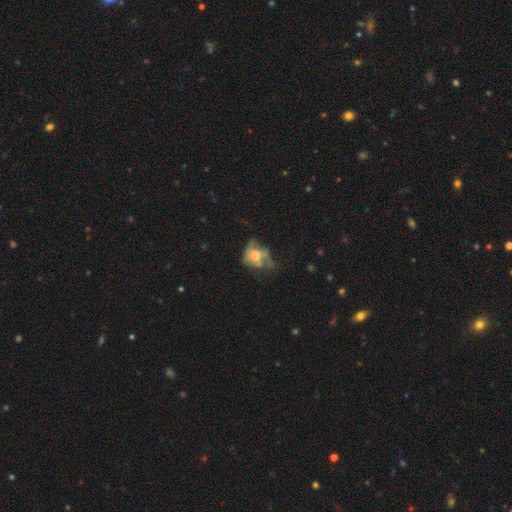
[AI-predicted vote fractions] Smooth or featured?
  - smooth: 50% *
  - featured or disk: 38%
  - star or artifact: 11%
How rounded?
  - in between: 59% *
  - round: 39%
  - cigar-shaped: 2%
Merging?
  - major disturbance: 39% *
  - none: 29%
  - minor disturbance: 24%
  - merger: 7%